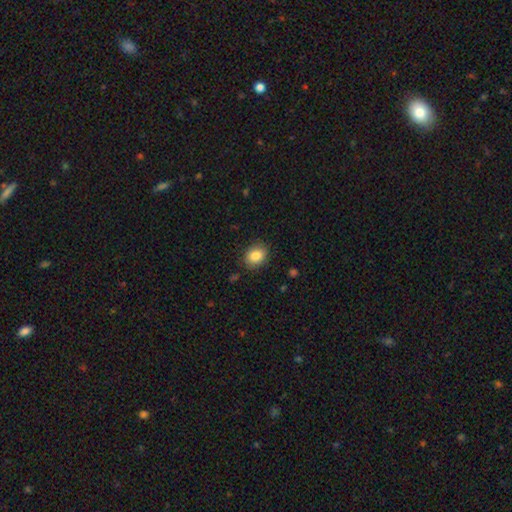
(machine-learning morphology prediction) type=smooth (86%); roundness=in between (54%); merging=none (85%).